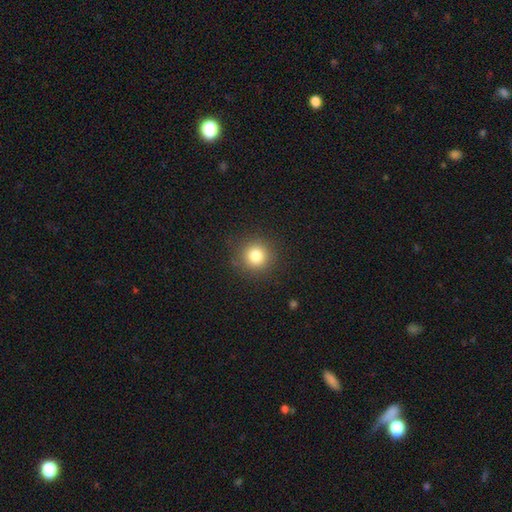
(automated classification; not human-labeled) A smooth galaxy with no disk features (80%) that is round (93%). Merging: none (89%).